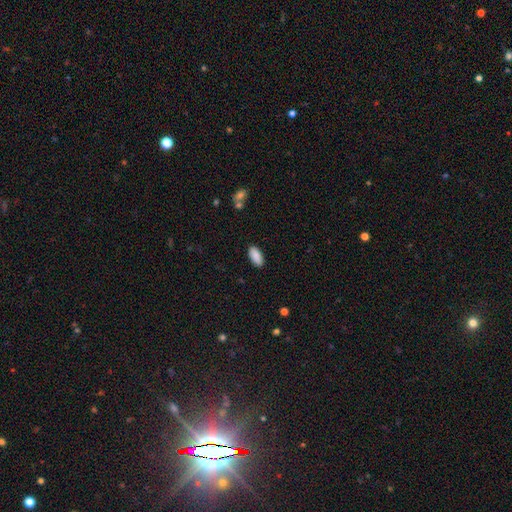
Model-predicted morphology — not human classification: The model was most divided on "merging": none: 89%, minor disturbance: 8%, major disturbance: 2%, merger: 1%. More confident: how rounded — in between (90%); smooth or featured — smooth (90%).